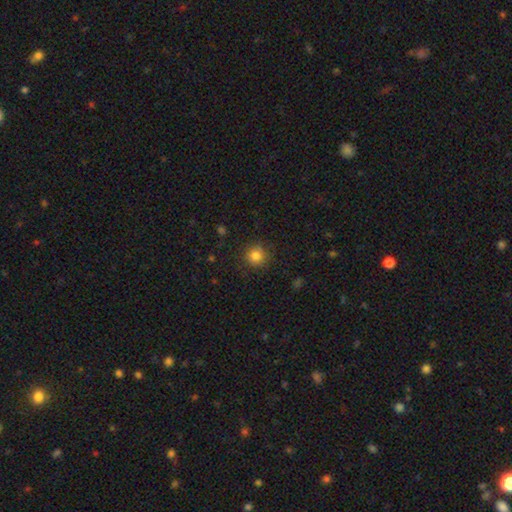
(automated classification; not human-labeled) This is clearly a smooth galaxy (83%). How rounded: clearly round (94%). Merging: clearly none (89%).